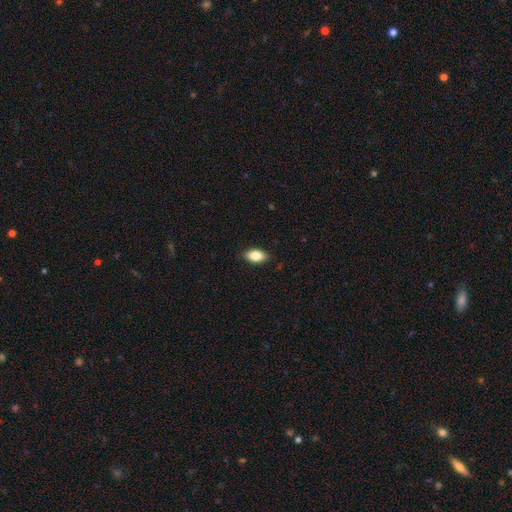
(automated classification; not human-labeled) Smooth or featured?
  - smooth: 81% *
  - featured or disk: 11%
  - star or artifact: 7%
How rounded?
  - in between: 90% *
  - round: 5%
  - cigar-shaped: 4%
Merging?
  - none: 88% *
  - minor disturbance: 10%
  - major disturbance: 2%
  - merger: 1%